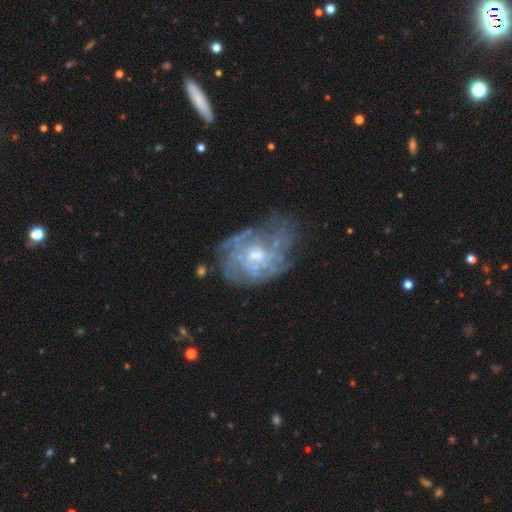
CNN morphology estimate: A featured or disk galaxy (76%) with no bar (66%), spiral arms (57%) and a moderate central bulge (49%). Merging: none (53%).